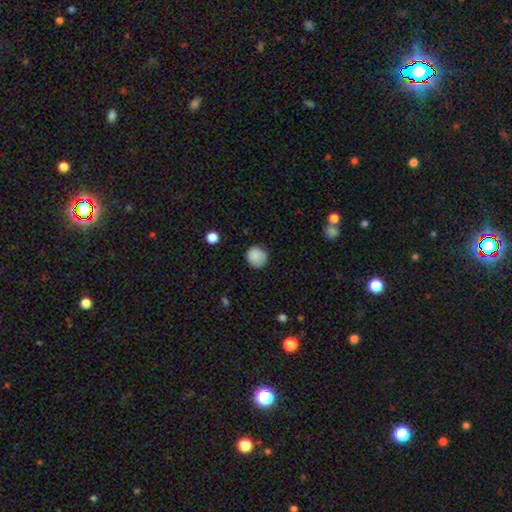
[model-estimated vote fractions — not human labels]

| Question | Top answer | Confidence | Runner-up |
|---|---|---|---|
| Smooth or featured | smooth | 88% | star or artifact (9%) |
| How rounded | round | 91% | in between (8%) |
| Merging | none | 85% | minor disturbance (11%) |